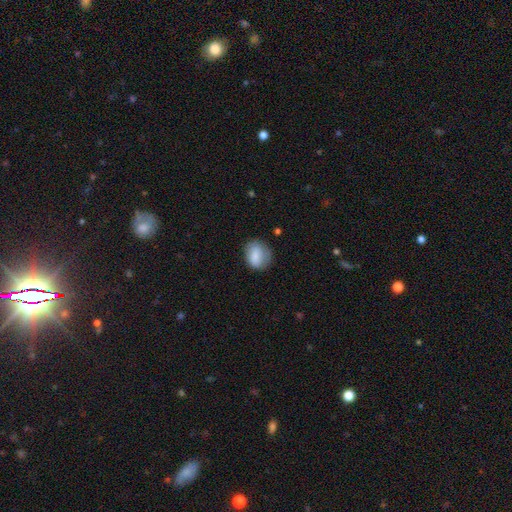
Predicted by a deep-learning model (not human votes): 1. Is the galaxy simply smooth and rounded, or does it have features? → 81% smooth, 11% featured or disk, 8% star or artifact.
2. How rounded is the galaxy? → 50% in between, 48% round, 1% cigar-shaped.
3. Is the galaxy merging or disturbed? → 70% none, 22% minor disturbance, 7% major disturbance, 1% merger.